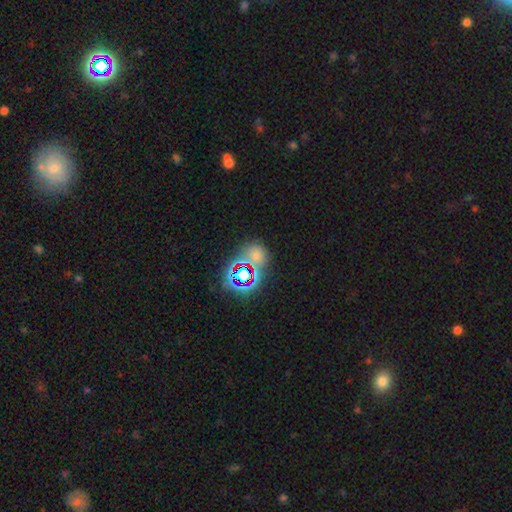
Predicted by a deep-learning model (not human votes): The model was most divided on "smooth or featured": star or artifact: 49%, smooth: 40%, featured or disk: 11%.